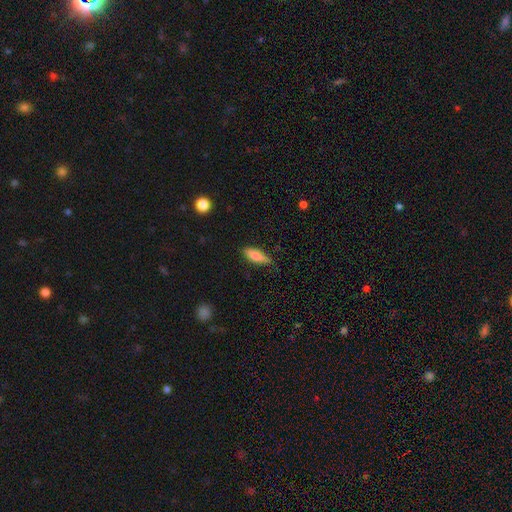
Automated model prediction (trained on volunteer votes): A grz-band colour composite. It shows a smooth galaxy with no disk features (78%) that is in between round and cigar-shaped (57%). Merging: none (74%).